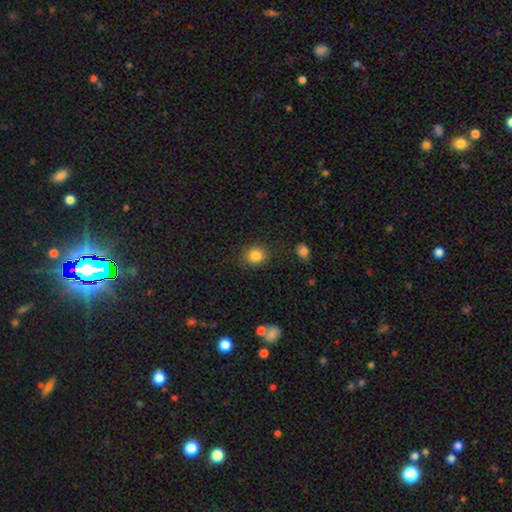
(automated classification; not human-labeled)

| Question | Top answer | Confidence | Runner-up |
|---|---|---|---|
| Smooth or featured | smooth | 85% | star or artifact (10%) |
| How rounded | round | 79% | in between (20%) |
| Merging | none | 85% | minor disturbance (10%) |